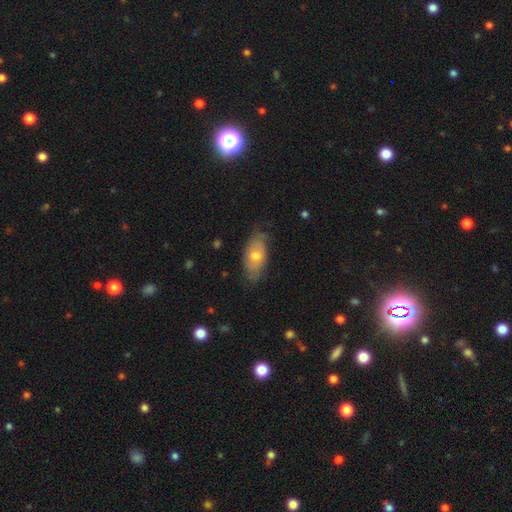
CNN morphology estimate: smooth_or_featured: smooth (p=0.55) [alt: featured or disk p=0.39]
how_rounded: in between (p=0.88) [alt: cigar-shaped p=0.08]
merging: none (p=0.64) [alt: minor disturbance p=0.27]